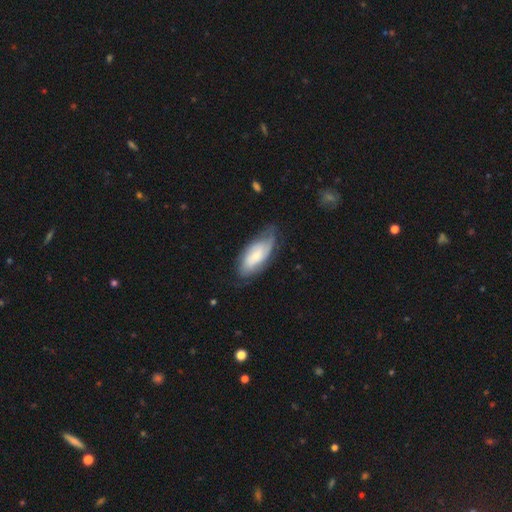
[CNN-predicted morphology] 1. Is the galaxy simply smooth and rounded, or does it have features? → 47% featured or disk (tied), 47% smooth (tied), 6% star or artifact.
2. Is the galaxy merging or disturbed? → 59% none, 30% minor disturbance, 10% major disturbance, 2% merger.